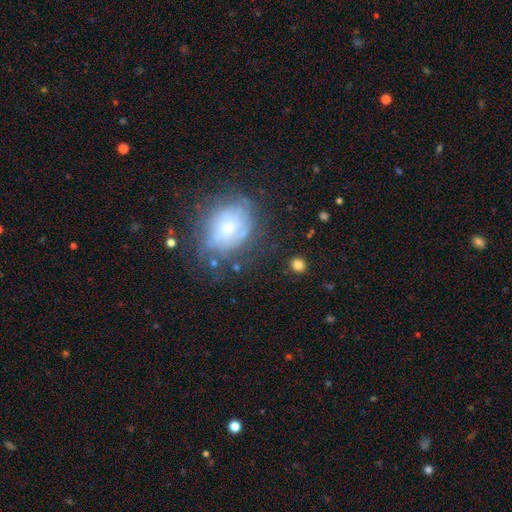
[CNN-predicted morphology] A smooth galaxy with no disk features (40%).

Vote fractions:
- Smooth or featured? smooth: 40% / featured or disk: 34% / star or artifact: 26%
- Merging? none: 76% / minor disturbance: 15% / major disturbance: 7% / merger: 2%